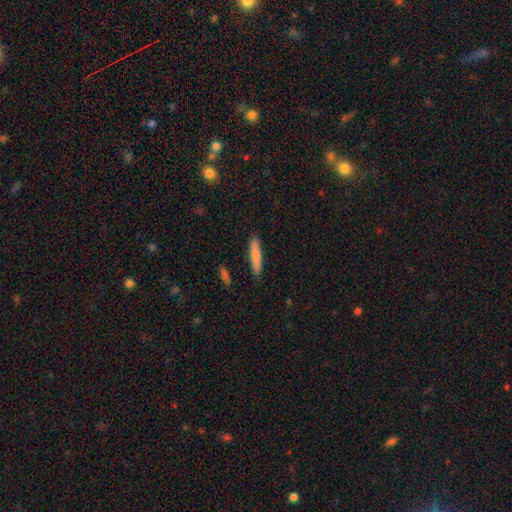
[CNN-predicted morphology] The model was most divided on "smooth or featured": smooth: 76%, featured or disk: 18%, star or artifact: 6%. More confident: how rounded — cigar-shaped (87%); merging — none (86%).